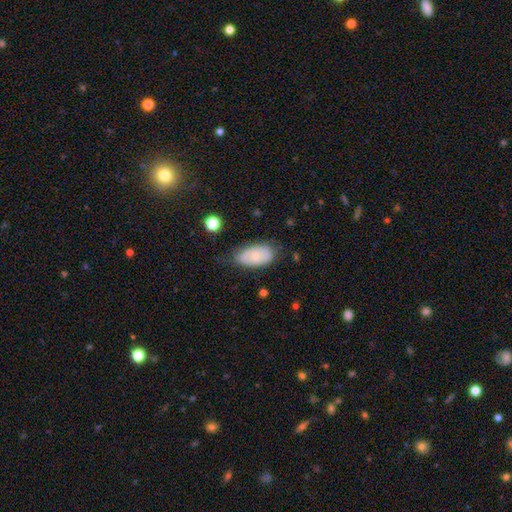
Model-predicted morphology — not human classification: smooth 66%, featured or disk 26%, star or artifact 7%. Down the decision tree: how rounded — in between (94%); merging — none (62%).